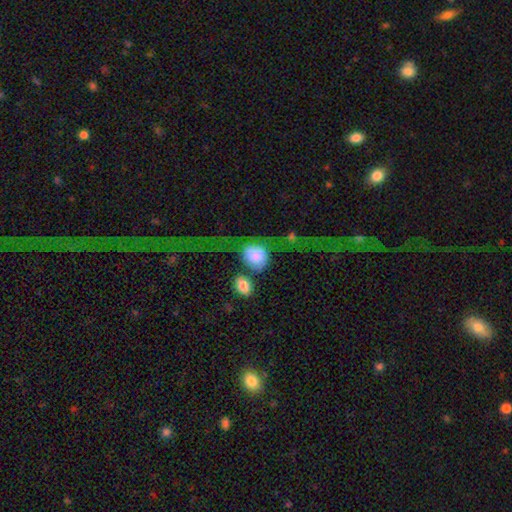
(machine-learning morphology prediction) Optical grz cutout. It shows a smooth galaxy with no disk features (74%) that is round (68%). Merging: none (31%).